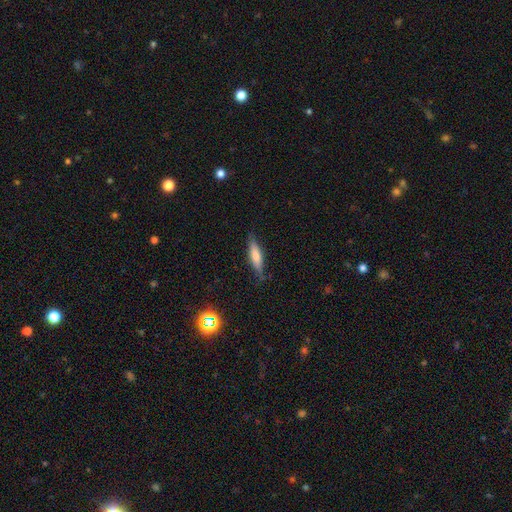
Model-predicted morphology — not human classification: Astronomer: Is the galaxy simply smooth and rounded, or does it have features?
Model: smooth — 61%.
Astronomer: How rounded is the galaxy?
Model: cigar-shaped — 76%.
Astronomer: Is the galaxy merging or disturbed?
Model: none — 82%.